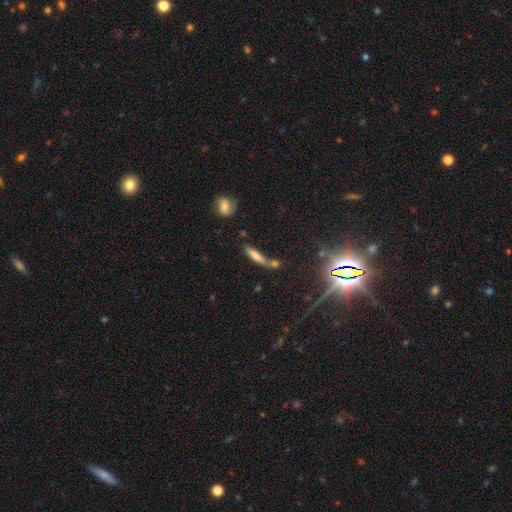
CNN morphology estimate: Smooth or featured?
  - smooth: 68% *
  - featured or disk: 21%
  - star or artifact: 11%
How rounded?
  - cigar-shaped: 74% *
  - in between: 24%
  - round: 3%
Merging?
  - none: 41% *
  - merger: 33%
  - minor disturbance: 17%
  - major disturbance: 9%